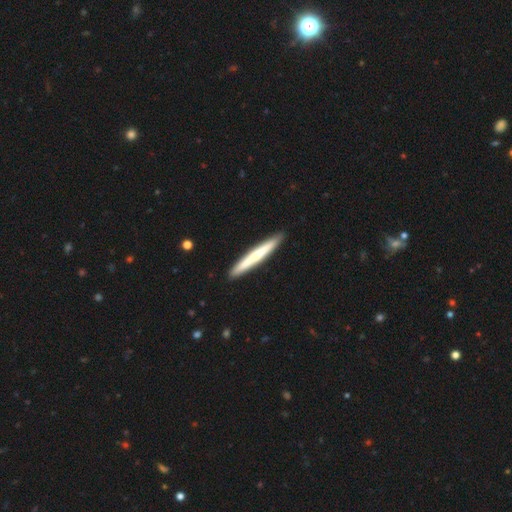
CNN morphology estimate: A smooth galaxy with no disk features (54%) that is cigar-shaped (96%).

Vote fractions:
- Smooth or featured? smooth: 54% / featured or disk: 42% / star or artifact: 5%
- How rounded? cigar-shaped: 96% / in between: 3% / round: 1%
- Merging? none: 91% / minor disturbance: 6% / major disturbance: 1% / merger: 1%